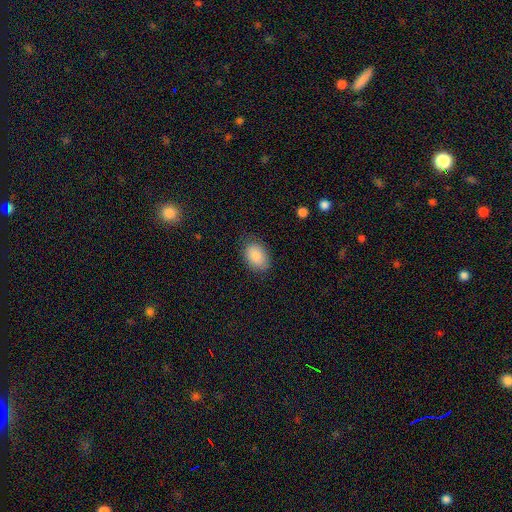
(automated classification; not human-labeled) This appears to be a smooth galaxy with no disk features (86%) that is in between round and cigar-shaped (83%). Merging: none (81%).